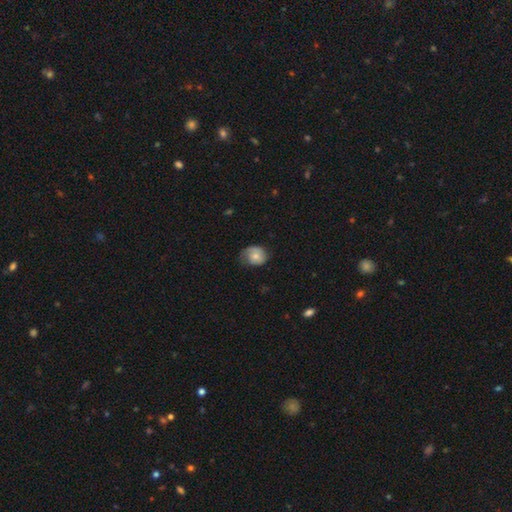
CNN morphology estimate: This is possibly a smooth galaxy (58%). How rounded: possibly round (59%). Merging: possibly none (49%).